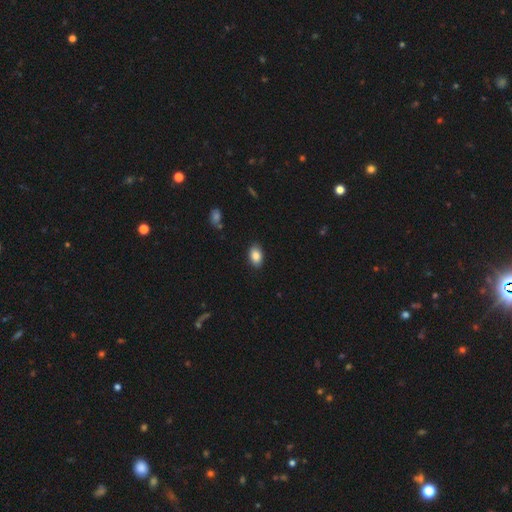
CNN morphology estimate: Smooth or featured? smooth (86%)
How rounded? in between (90%)
Merging? none (88%)